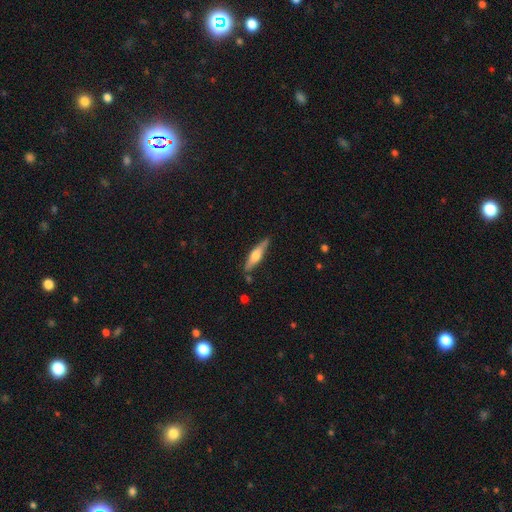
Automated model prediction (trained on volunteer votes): Overall: featured or disk (47%, tied with smooth). Merging: none (82%).